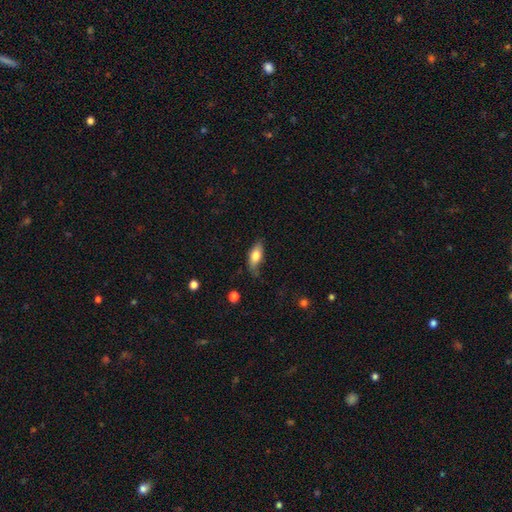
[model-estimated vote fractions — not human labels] smooth-or-featured: smooth: 75% | featured or disk: 18% | star or artifact: 7%
  how-rounded: in between: 82% | cigar-shaped: 14% | round: 4%
  merging: none: 62% | minor disturbance: 29% | major disturbance: 7% | merger: 2%